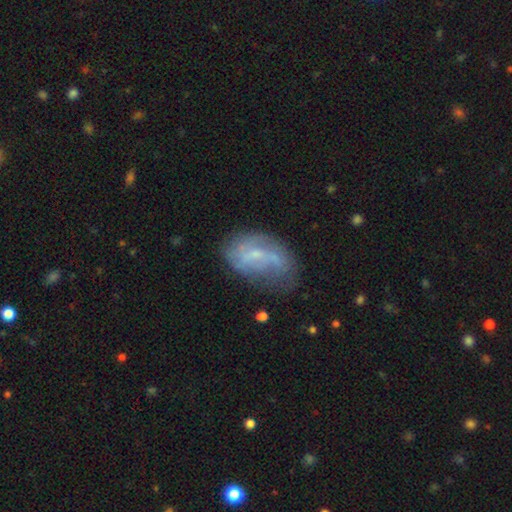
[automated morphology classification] smooth-or-featured: featured or disk: 58% | smooth: 32% | star or artifact: 9%
  disk-edge-on: no: 96% | yes: 4%
    bar: weak: 47% | no: 40% | strong: 12%
    has-spiral-arms: yes: 65% | no: 35%
    bulge-size: small: 61% | none: 20% | moderate: 17% | large: 1% | dominant: 1%
  merging: none: 44% | minor disturbance: 31% | major disturbance: 21% | merger: 4%